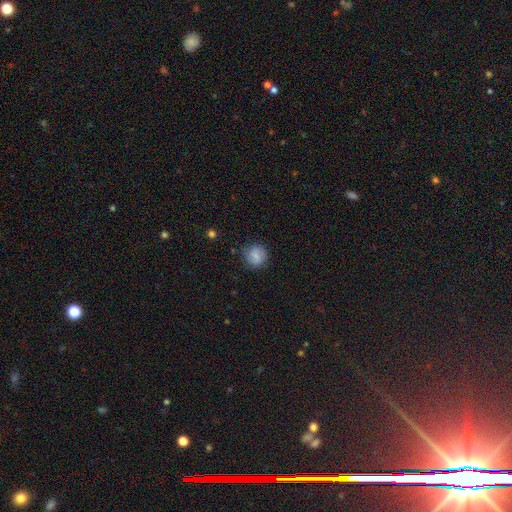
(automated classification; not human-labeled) Smooth or featured? smooth (76%)
How rounded? round (86%)
Merging? none (78%)